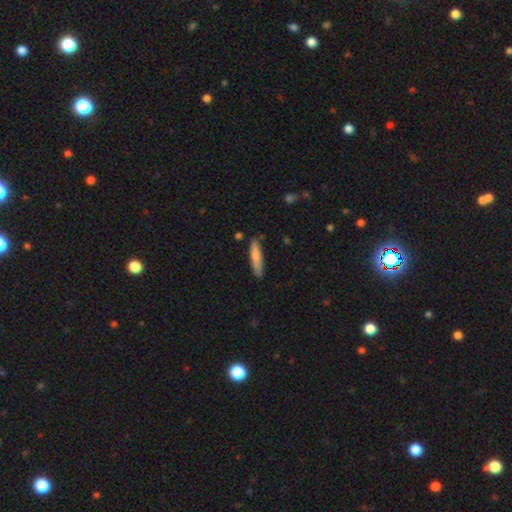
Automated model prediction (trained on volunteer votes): The model was most divided on "smooth or featured": smooth: 78%, featured or disk: 16%, star or artifact: 6%. More confident: how rounded — cigar-shaped (85%); merging — none (81%).